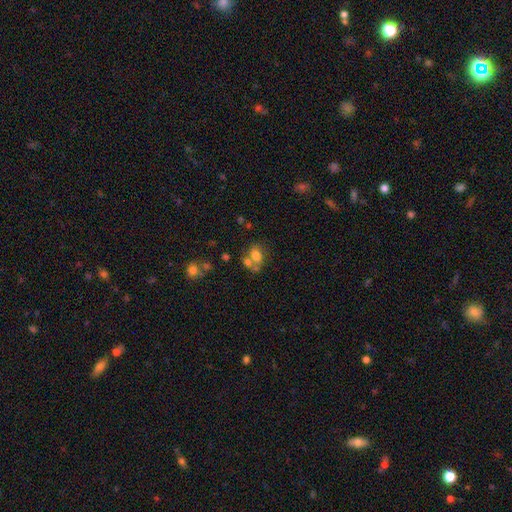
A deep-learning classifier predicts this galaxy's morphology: A smooth galaxy with no disk features (69%) that is in between round and cigar-shaped (76%). Merging: merger (43%).